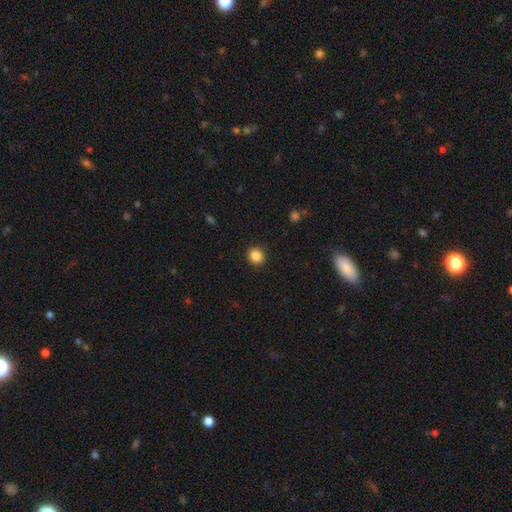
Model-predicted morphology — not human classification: Smooth or featured: smooth — 87% (star or artifact — 10%)
How rounded: round — 84% (in between — 15%)
Merging: none — 91% (minor disturbance — 6%)